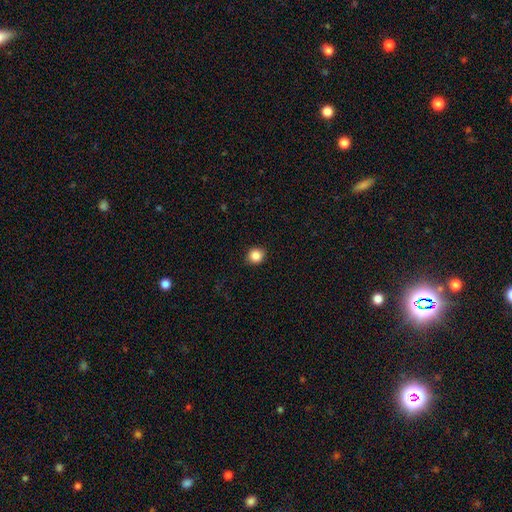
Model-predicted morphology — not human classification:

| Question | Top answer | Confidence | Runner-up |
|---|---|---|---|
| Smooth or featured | smooth | 86% | star or artifact (10%) |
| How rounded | round | 87% | in between (12%) |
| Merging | none | 91% | minor disturbance (6%) |